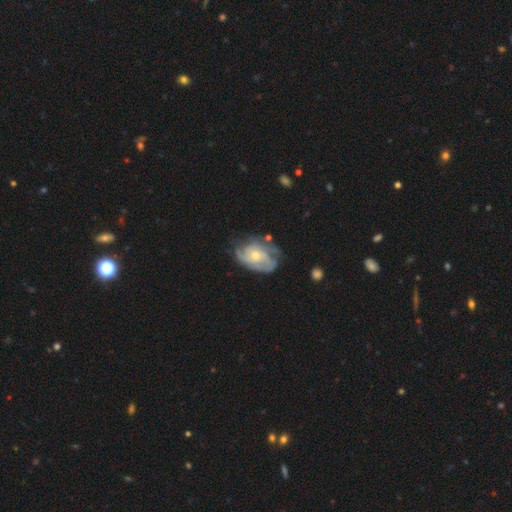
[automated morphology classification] Smooth or featured? featured or disk (80%)
Edge-on disk? no (97%)
Bar? no (76%)
Spiral arms? yes (91%)
Spiral winding? tight (47%)
Spiral arm count? can't tell (32%)
Bulge size? small (50%)
Merging? none (57%)